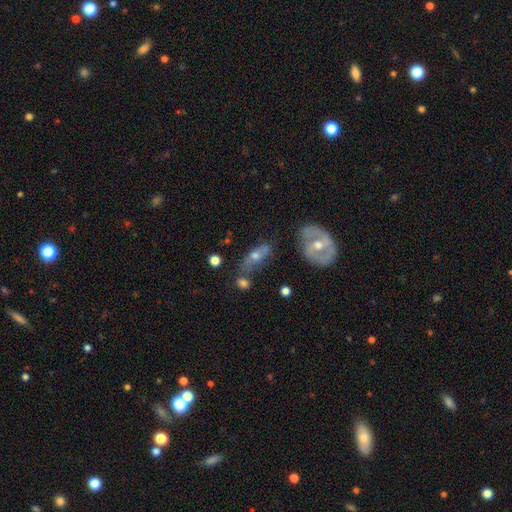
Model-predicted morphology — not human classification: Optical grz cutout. It shows a featured or disk galaxy (52%). Merging: none (48%).